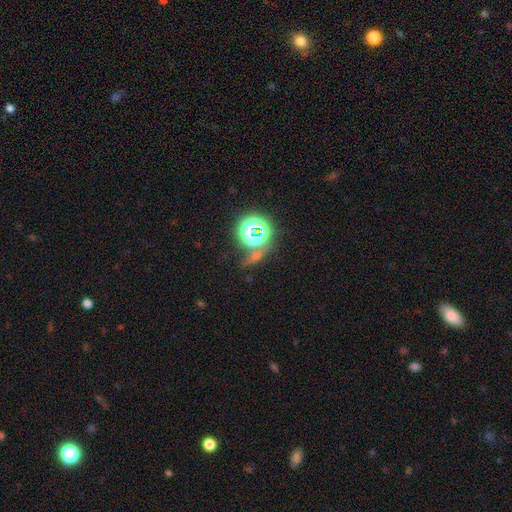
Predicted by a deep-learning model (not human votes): A star or artifact, not a galaxy (56%).

Vote fractions:
- Smooth or featured? star or artifact: 56% / smooth: 30% / featured or disk: 14%